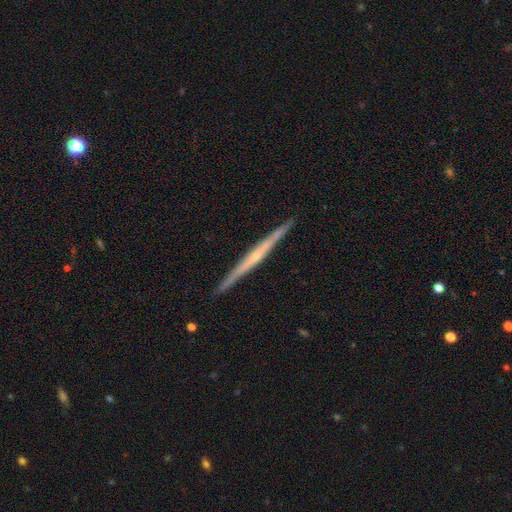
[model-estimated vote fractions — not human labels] The model was most divided on "edge-on bulge": none: 54%, rounded: 39%, boxy: 7%. More confident: edge-on disk — yes (98%); merging — none (92%); smooth or featured — featured or disk (75%).